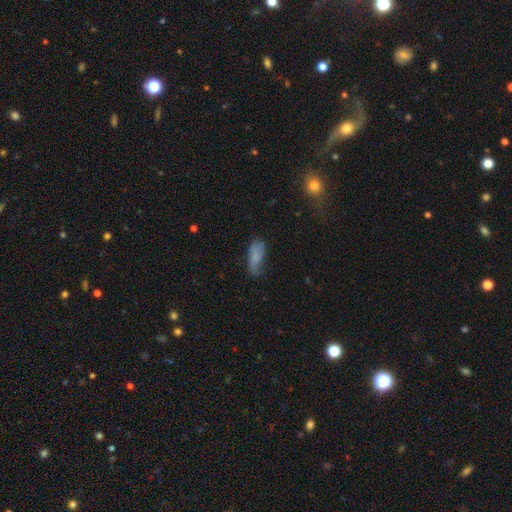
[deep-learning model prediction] Smooth or featured?
  - smooth: 71% *
  - featured or disk: 20%
  - star or artifact: 9%
How rounded?
  - in between: 77% *
  - cigar-shaped: 20%
  - round: 3%
Merging?
  - none: 43% *
  - minor disturbance: 36%
  - major disturbance: 18%
  - merger: 3%